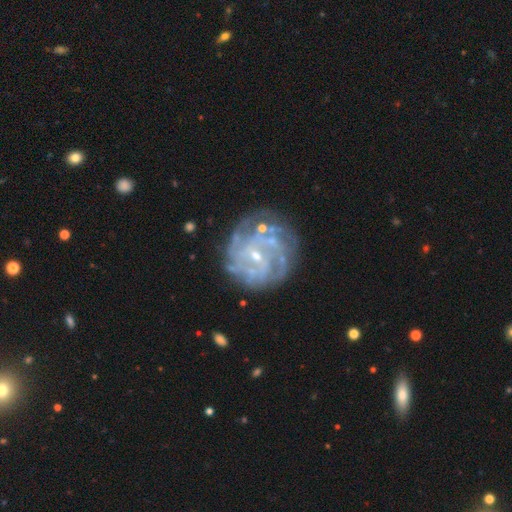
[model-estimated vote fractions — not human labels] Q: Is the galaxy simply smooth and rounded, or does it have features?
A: featured or disk — 84%.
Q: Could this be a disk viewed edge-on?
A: no — 98%.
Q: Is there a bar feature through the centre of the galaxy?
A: no — 53%.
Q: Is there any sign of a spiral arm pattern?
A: yes — 88%.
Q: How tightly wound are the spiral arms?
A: tight — 64%.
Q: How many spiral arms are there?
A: can't tell — 39%.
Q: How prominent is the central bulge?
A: small — 68%.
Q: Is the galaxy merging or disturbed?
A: none — 69%.